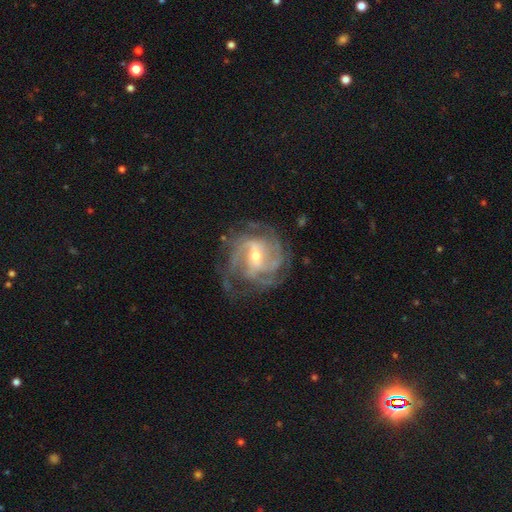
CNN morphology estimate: Overall: featured or disk (89%). Edge-on disk: no (97%). Bar: weak (47%; strong 33%). Spiral arms: yes (97%). Spiral arm count: 3 (28%; 2 22%). Spiral winding: tight (48%; medium 42%). Bulge size: small (49%; moderate 47%). Merging: none (72%).